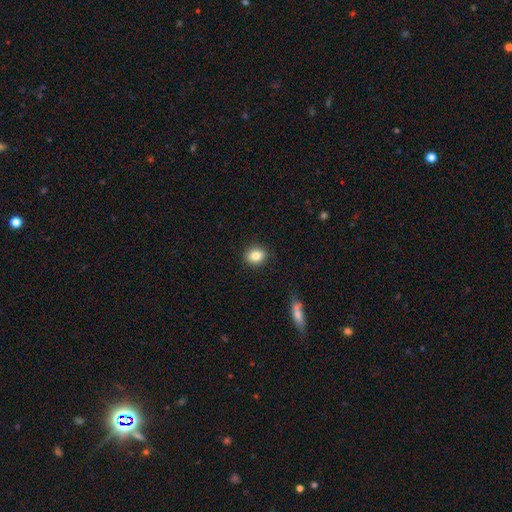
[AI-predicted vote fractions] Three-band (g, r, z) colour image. It shows a smooth galaxy with no disk features (83%) that is round (61%). Merging: none (89%).